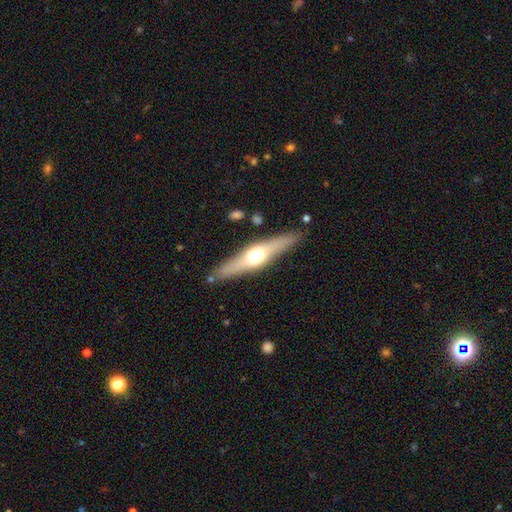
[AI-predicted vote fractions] smooth_or_featured: featured or disk (p=0.60) [alt: smooth p=0.35]
disk_edge_on: yes (p=0.93) [alt: no p=0.07]
edge_on_bulge: rounded (p=0.94) [alt: boxy p=0.03]
merging: none (p=0.87) [alt: minor disturbance p=0.09]